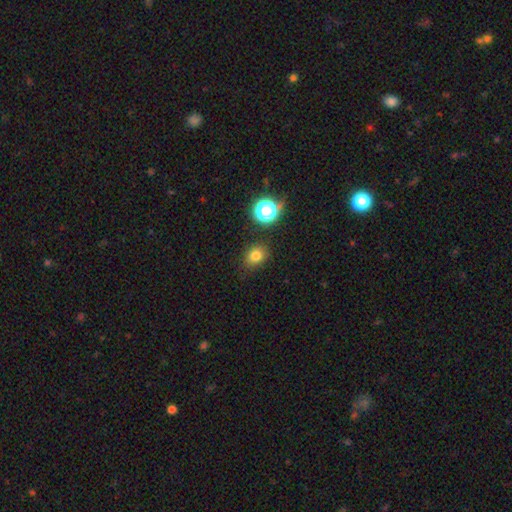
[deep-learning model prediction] smooth 77%, star or artifact 16%, featured or disk 7%. Down the decision tree: how rounded — round (57%); merging — none (82%).